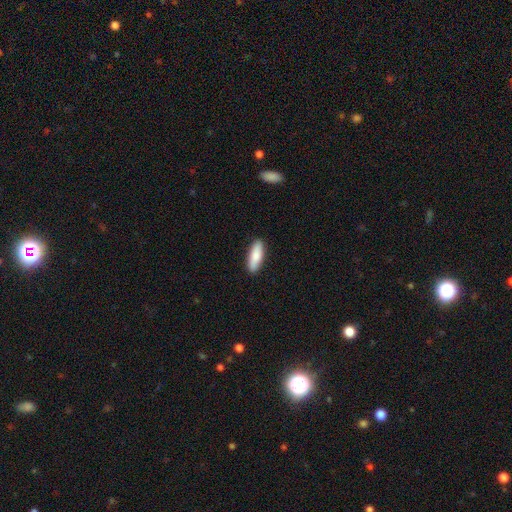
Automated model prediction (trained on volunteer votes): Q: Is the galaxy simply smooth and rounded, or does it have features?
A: smooth — 82%.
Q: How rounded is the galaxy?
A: in between — 55%.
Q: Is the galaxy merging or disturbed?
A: none — 90%.